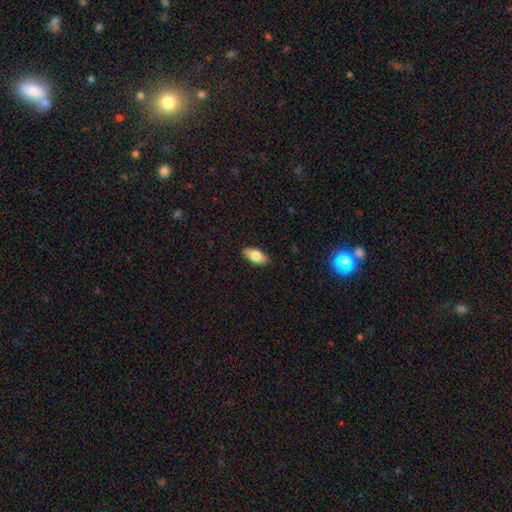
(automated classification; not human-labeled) smooth_or_featured: smooth (p=0.78) [alt: featured or disk p=0.15]
how_rounded: in between (p=0.89) [alt: cigar-shaped p=0.08]
merging: none (p=0.88) [alt: minor disturbance p=0.09]